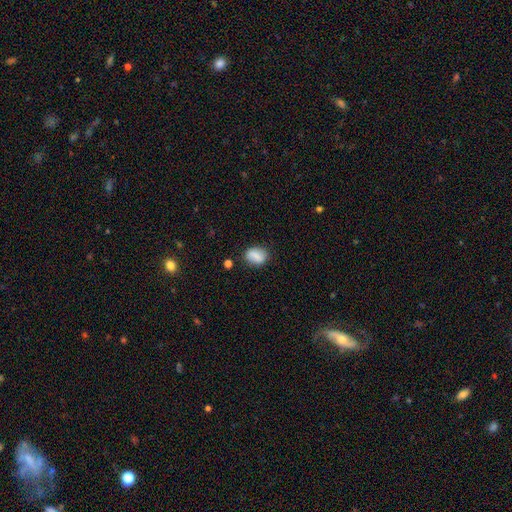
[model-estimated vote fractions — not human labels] Smooth or featured? smooth (79%)
How rounded? in between (69%)
Merging? none (76%)